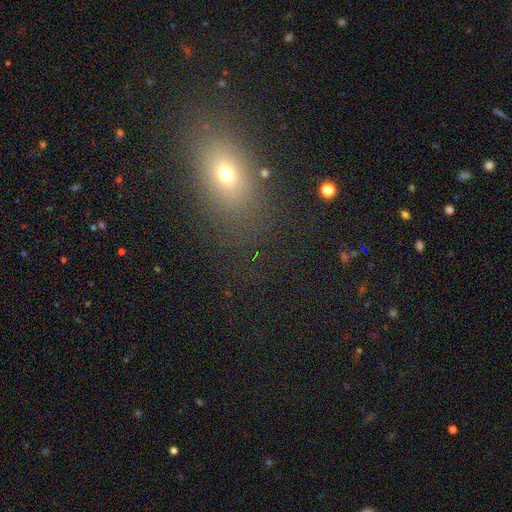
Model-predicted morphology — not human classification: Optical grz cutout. It shows a smooth galaxy with no disk features (53%) that is round (49%). Merging: none (75%).